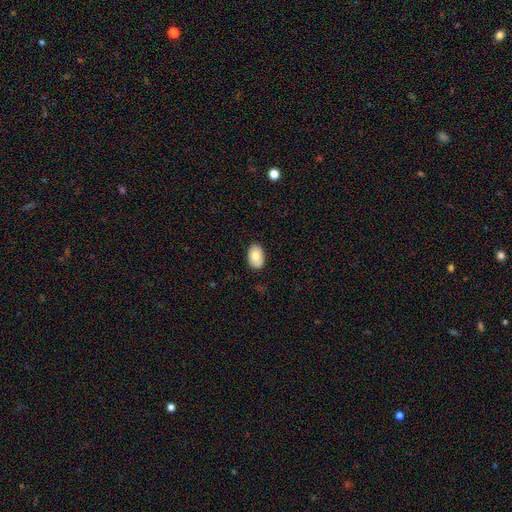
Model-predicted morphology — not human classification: type=smooth (76%); roundness=in between (86%); merging=none (87%).